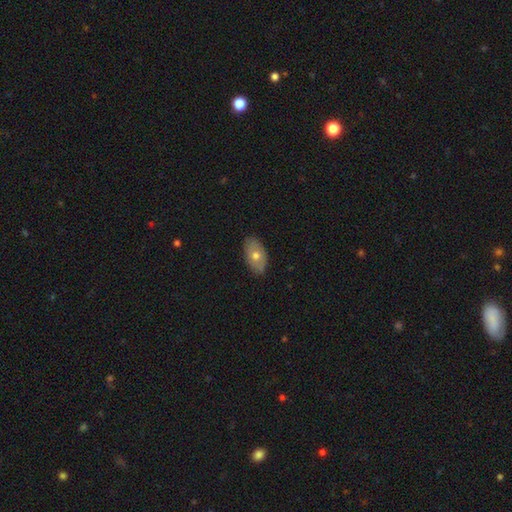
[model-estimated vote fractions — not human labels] Q: Smooth or featured?
A: smooth (62%); runner-up: featured or disk (32%)
Q: How rounded?
A: in between (92%); runner-up: round (7%)
Q: Merging?
A: none (86%); runner-up: minor disturbance (11%)